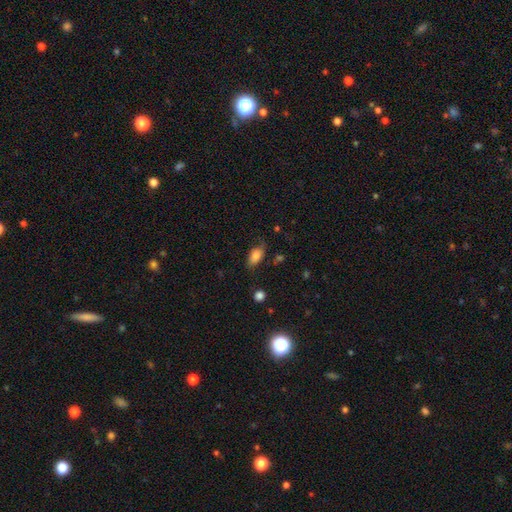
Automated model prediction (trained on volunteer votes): smooth-or-featured: smooth: 74% | featured or disk: 17% | star or artifact: 9%
  how-rounded: in between: 89% | round: 6% | cigar-shaped: 5%
  merging: none: 62% | minor disturbance: 26% | major disturbance: 10% | merger: 2%